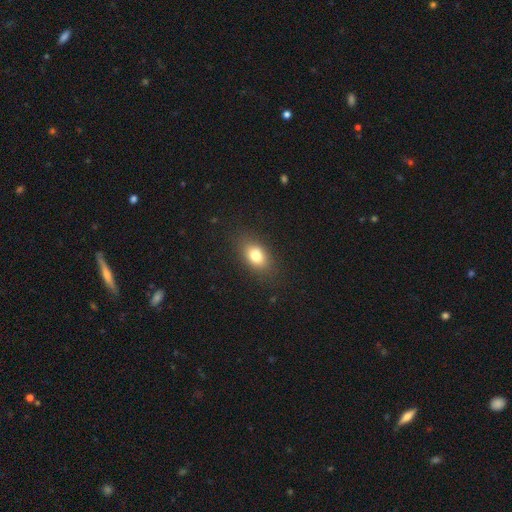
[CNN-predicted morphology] smooth 79%, featured or disk 11%, star or artifact 10%. Down the decision tree: how rounded — in between (81%); merging — none (84%).